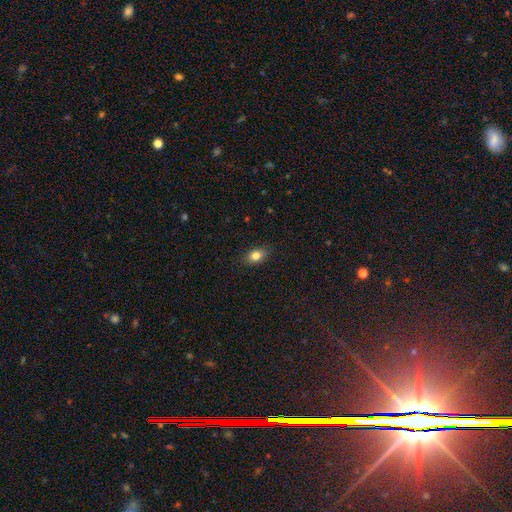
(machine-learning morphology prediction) Smooth or featured? Predicted: smooth (p=0.81). How rounded? Predicted: in between (p=0.79). Merging? Predicted: none (p=0.86).